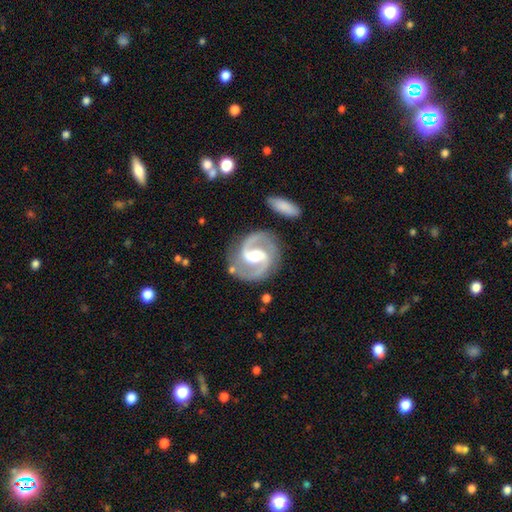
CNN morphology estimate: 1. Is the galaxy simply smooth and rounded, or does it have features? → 92% featured or disk, 4% smooth, 4% star or artifact.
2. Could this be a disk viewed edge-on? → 98% no, 2% yes.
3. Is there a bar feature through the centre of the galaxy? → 44% weak, 38% strong, 18% no.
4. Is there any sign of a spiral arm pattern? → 98% yes, 2% no.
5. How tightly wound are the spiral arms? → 65% medium, 20% tight, 15% loose.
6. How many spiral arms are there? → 94% 2, 1% can't tell, 1% 3, 1% 1, 1% 4, 1% more than 4.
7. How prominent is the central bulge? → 65% moderate, 20% small, 12% large, 2% none, 1% dominant.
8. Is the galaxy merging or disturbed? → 80% none, 12% minor disturbance, 4% major disturbance, 4% merger.